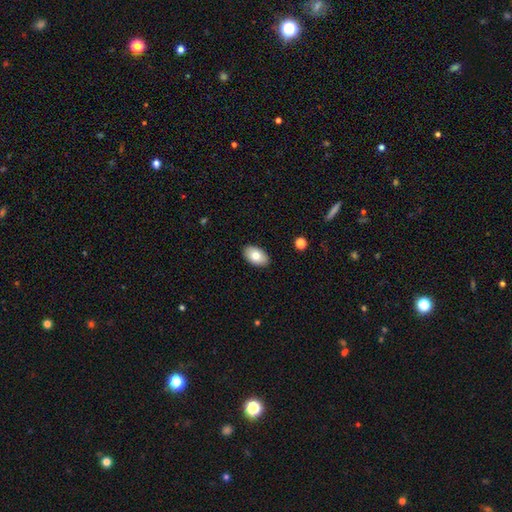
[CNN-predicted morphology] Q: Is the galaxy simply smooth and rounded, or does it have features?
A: smooth — 78%.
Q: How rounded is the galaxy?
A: in between — 94%.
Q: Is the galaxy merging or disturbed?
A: none — 89%.